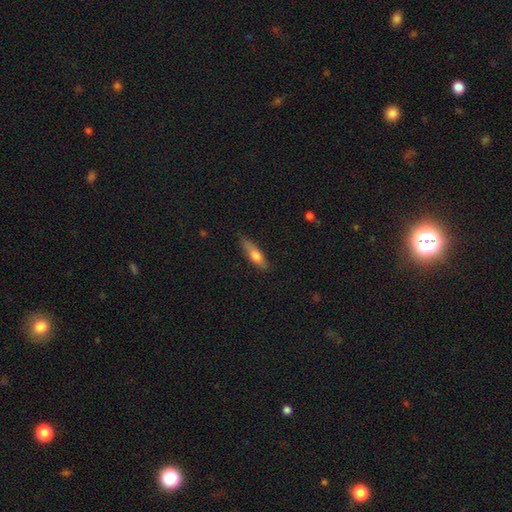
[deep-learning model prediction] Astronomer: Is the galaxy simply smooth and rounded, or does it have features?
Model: smooth — 68%.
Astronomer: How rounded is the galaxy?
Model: cigar-shaped — 60% (runner-up: in between, 38%).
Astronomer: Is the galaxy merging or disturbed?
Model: none — 75%.